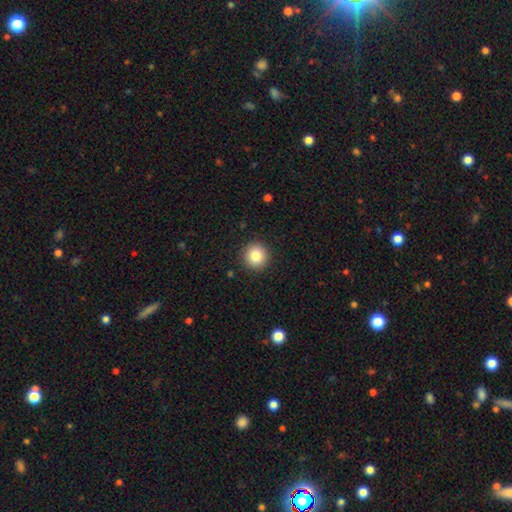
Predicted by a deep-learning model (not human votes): The model was most divided on "smooth or featured": smooth: 82%, star or artifact: 10%, featured or disk: 7%. More confident: how rounded — round (95%); merging — none (92%).